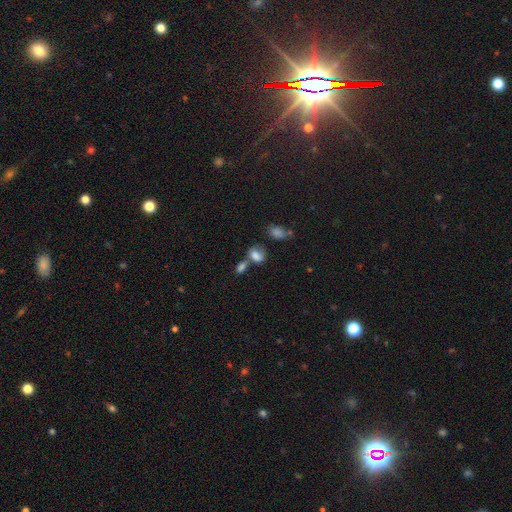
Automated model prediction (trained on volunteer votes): Morphology: type=smooth (76%); roundness=in between (78%); merging=merger (43%).